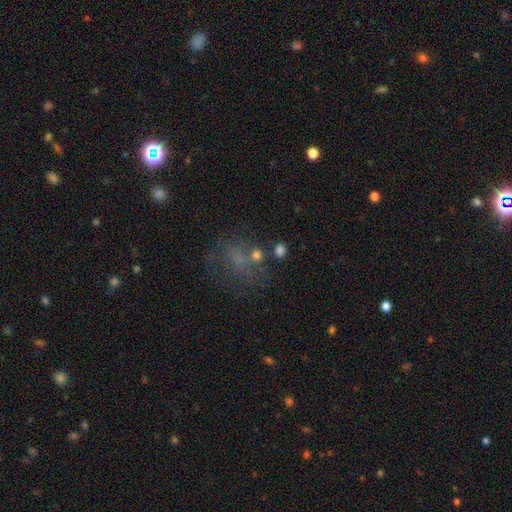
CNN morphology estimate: A smooth galaxy with no disk features (41%).

Vote fractions:
- Smooth or featured? smooth: 41% / featured or disk: 33% / star or artifact: 26%
- Merging? none: 47% / major disturbance: 25% / minor disturbance: 19% / merger: 10%